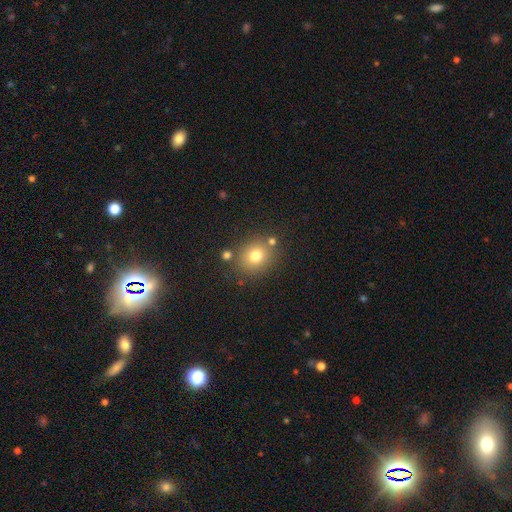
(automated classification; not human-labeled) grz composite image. It shows a smooth galaxy with no disk features (76%) that is round (74%). Merging: none (78%).